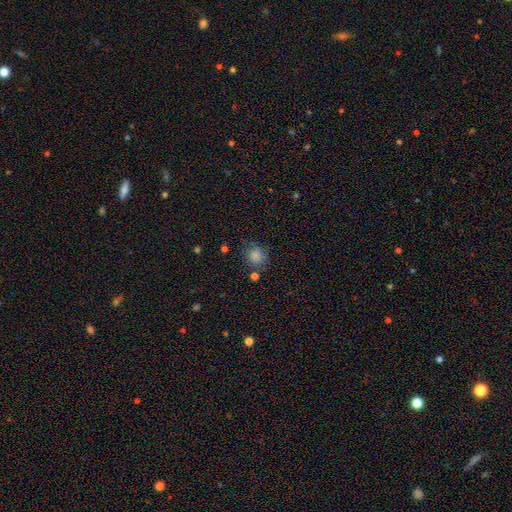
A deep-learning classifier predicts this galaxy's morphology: Smooth or featured: smooth — 82% (star or artifact — 13%)
How rounded: round — 81% (in between — 18%)
Merging: none — 75% (minor disturbance — 15%)